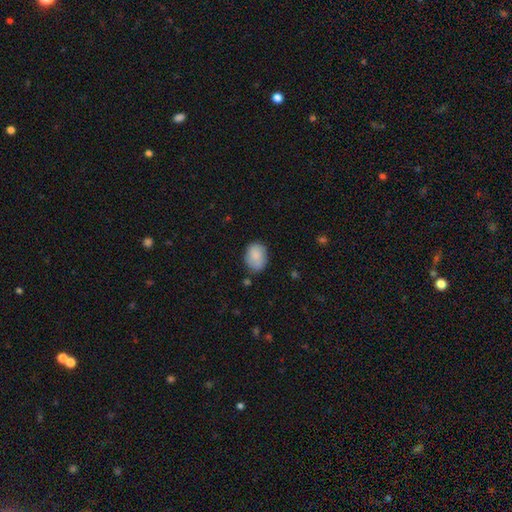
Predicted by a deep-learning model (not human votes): Q: Smooth or featured?
A: smooth (83%); runner-up: featured or disk (10%)
Q: How rounded?
A: in between (68%); runner-up: round (31%)
Q: Merging?
A: none (72%); runner-up: minor disturbance (21%)